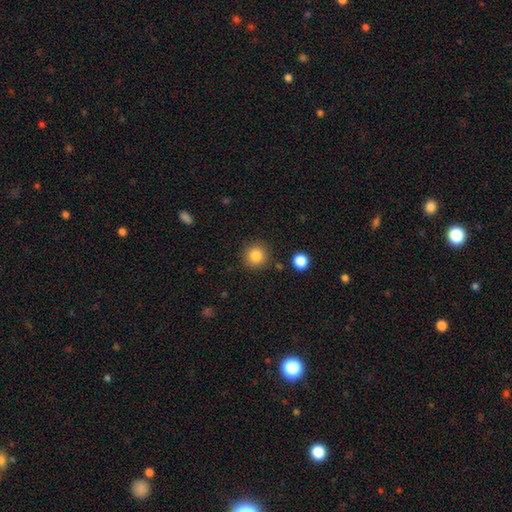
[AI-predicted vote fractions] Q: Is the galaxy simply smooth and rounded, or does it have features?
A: smooth — 84%.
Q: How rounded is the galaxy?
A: round — 93%.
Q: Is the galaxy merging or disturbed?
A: none — 88%.